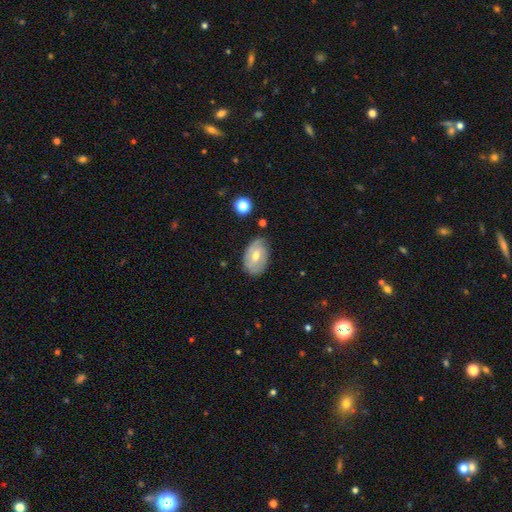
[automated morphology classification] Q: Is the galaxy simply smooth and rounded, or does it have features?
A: featured or disk — 65%.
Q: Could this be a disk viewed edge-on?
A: no — 94%.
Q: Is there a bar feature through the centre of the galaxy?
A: weak — 51%.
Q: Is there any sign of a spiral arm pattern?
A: yes — 79%.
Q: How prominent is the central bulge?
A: moderate — 65%.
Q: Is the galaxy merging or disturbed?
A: none — 74%.